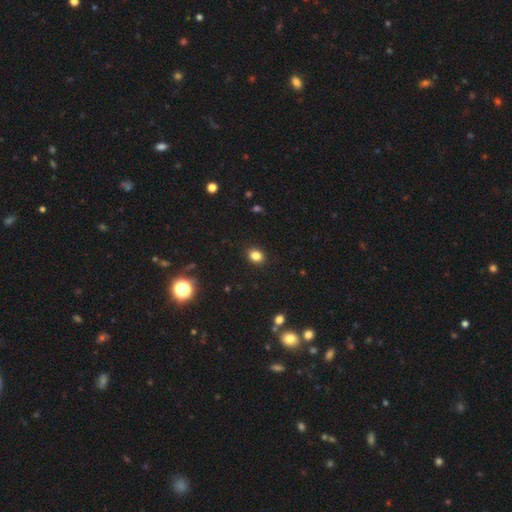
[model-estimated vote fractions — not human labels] Q: Smooth or featured?
A: smooth (83%); runner-up: star or artifact (12%)
Q: How rounded?
A: in between (51%); runner-up: round (48%)
Q: Merging?
A: none (90%); runner-up: minor disturbance (7%)